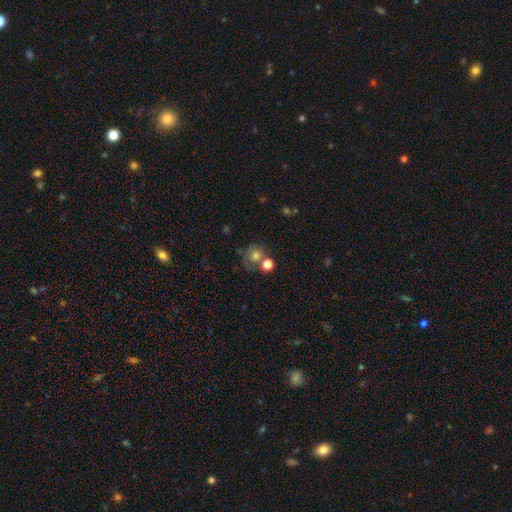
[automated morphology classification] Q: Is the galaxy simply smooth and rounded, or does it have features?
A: smooth — 73%.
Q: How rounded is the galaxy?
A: round — 81%.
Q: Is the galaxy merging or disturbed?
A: none — 46%.